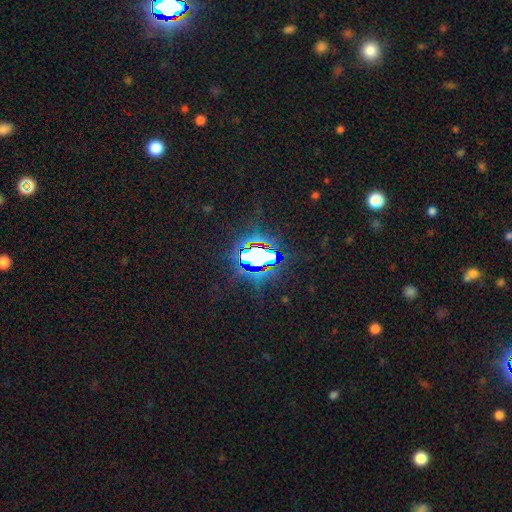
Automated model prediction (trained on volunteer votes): Morphology: type=star or artifact (76%).